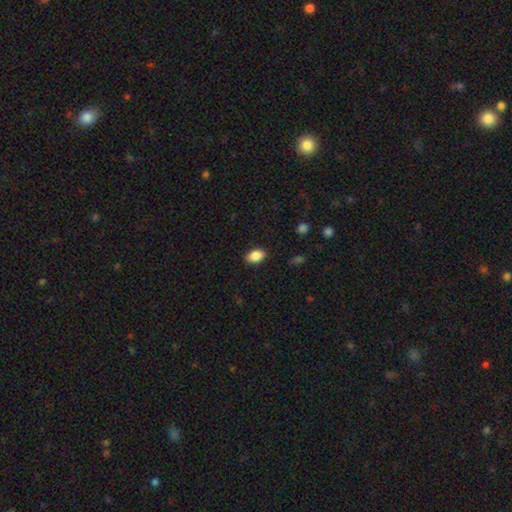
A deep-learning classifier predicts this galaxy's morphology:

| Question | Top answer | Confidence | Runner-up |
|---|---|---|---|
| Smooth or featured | smooth | 88% | star or artifact (8%) |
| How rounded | in between | 87% | round (12%) |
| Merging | none | 88% | minor disturbance (9%) |